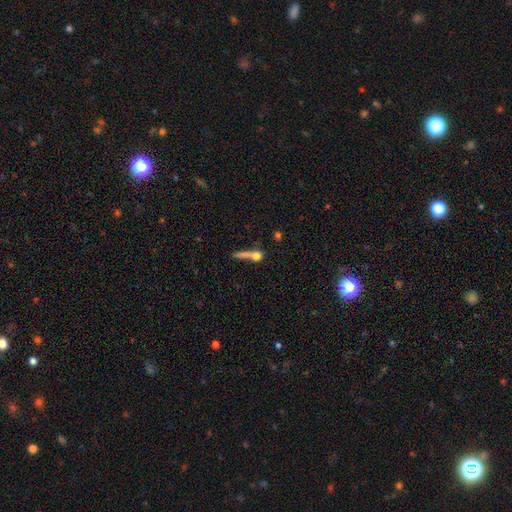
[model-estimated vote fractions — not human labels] The model was most divided on "how rounded": cigar-shaped: 46%, round: 34%, in between: 20%. Remaining: smooth or featured — smooth (63%); merging — none (45%).